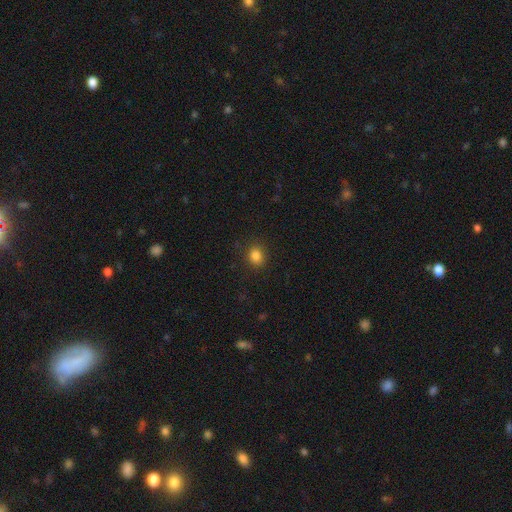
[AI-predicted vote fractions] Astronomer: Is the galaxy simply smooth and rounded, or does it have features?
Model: smooth — 84%.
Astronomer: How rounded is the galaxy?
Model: round — 55% (runner-up: in between, 44%).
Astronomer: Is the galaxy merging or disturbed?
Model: none — 88%.